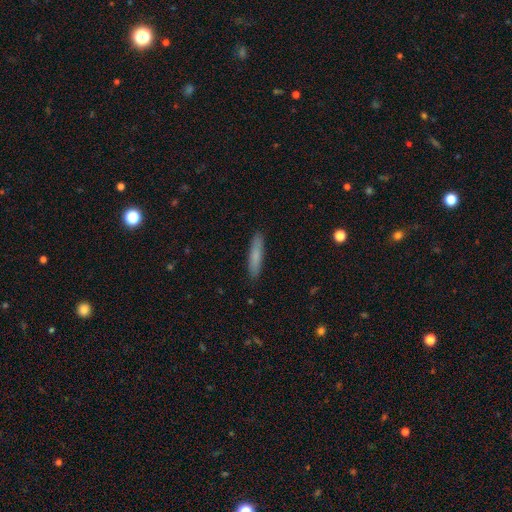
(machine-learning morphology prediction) smooth_or_featured: smooth (p=0.77) [alt: featured or disk p=0.17]
how_rounded: cigar-shaped (p=0.88) [alt: in between p=0.10]
merging: none (p=0.90) [alt: minor disturbance p=0.08]